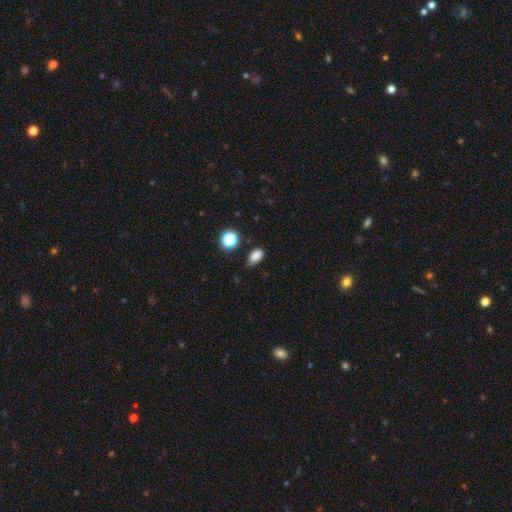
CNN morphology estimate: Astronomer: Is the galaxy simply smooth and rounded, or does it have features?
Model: smooth — 83%.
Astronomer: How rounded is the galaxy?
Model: in between — 82%.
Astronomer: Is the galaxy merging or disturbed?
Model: none — 68%.